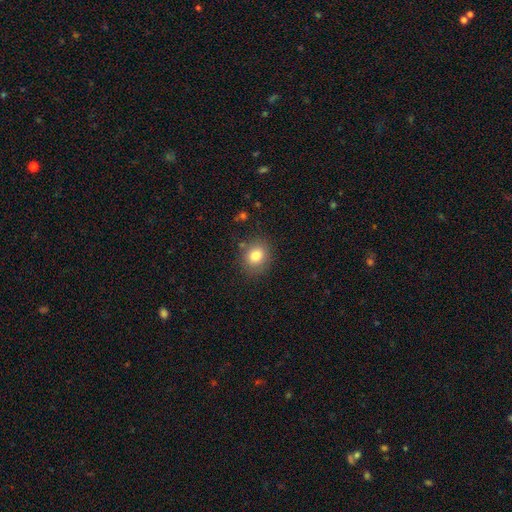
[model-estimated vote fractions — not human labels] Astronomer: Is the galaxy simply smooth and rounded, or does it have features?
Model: smooth — 81%.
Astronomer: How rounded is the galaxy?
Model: round — 69%.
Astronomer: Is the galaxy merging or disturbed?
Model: none — 83%.